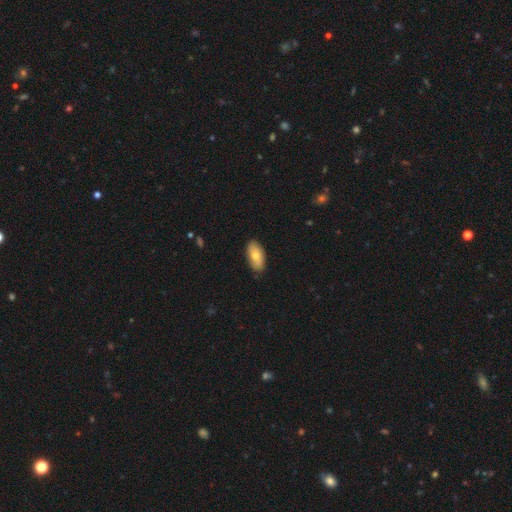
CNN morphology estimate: This is likely a smooth galaxy (74%). How rounded: clearly in between (91%). Merging: clearly none (86%).